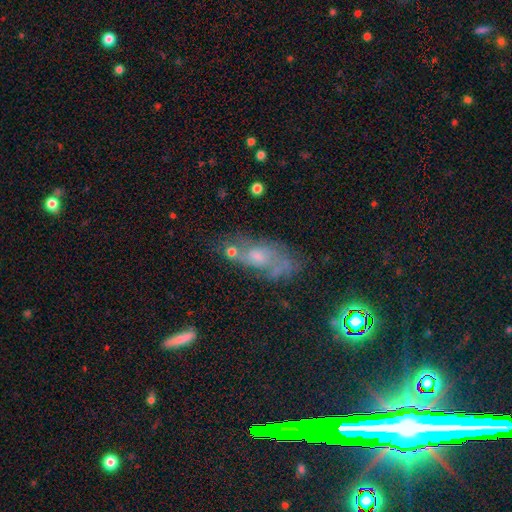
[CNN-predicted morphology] A featured or disk galaxy (48%). Merging: none (46%).